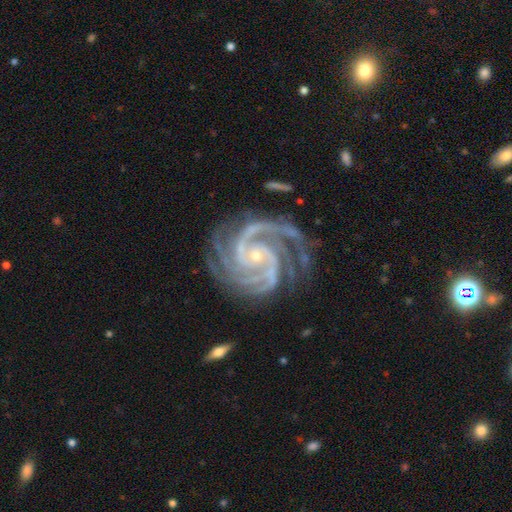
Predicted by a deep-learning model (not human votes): This appears to be a featured or disk galaxy (94%) with no bar (64%), 3 (32%) tight (68%) spiral arms (99%) and a small central bulge (82%). Merging: none (75%).